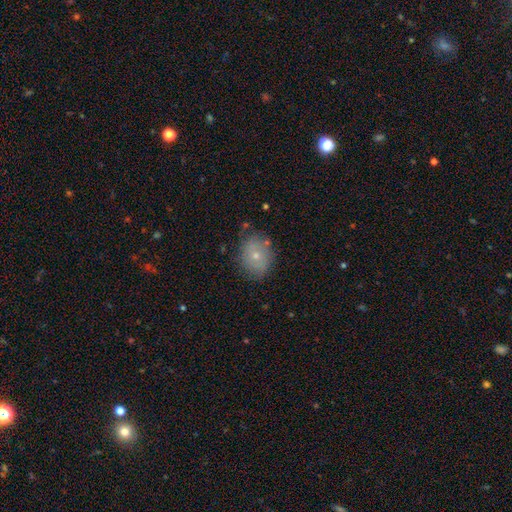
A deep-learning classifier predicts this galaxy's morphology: Overall: smooth (64%; featured or disk 26%). How rounded: in between (58%; round 41%). Merging: none (75%).